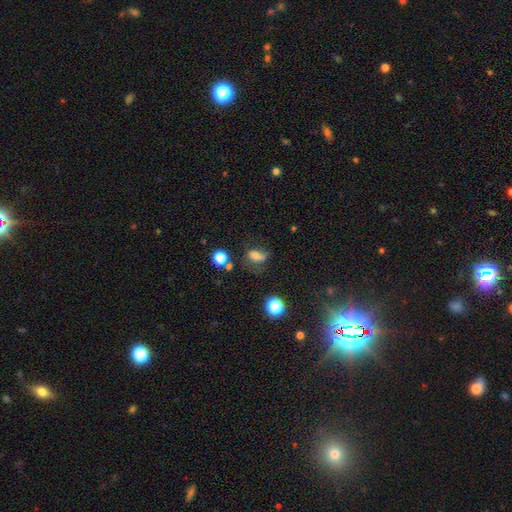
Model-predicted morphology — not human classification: A smooth galaxy with no disk features (62%) that is in between round and cigar-shaped (70%).

Vote fractions:
- Smooth or featured? smooth: 62% / featured or disk: 21% / star or artifact: 16%
- How rounded? in between: 70% / round: 25% / cigar-shaped: 4%
- Merging? none: 45% / minor disturbance: 26% / major disturbance: 20% / merger: 9%